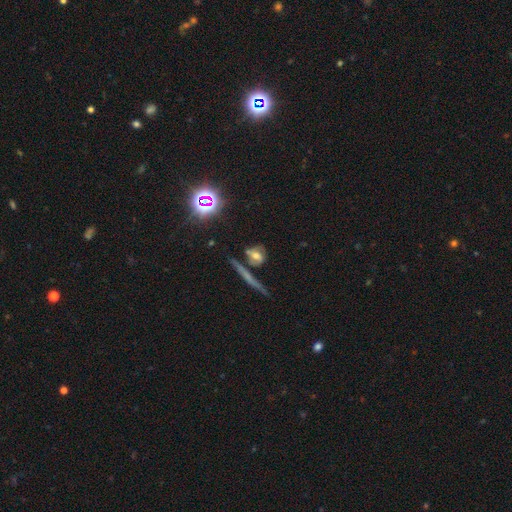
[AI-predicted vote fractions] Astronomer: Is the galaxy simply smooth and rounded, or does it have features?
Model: smooth — 46% (runner-up: featured or disk, 34%).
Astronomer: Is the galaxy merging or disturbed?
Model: none — 56%.